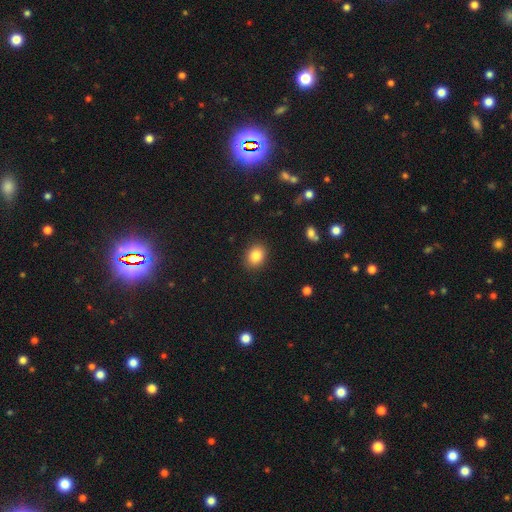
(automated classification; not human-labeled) A smooth galaxy with no disk features (84%) that is round (53%). Merging: none (89%).